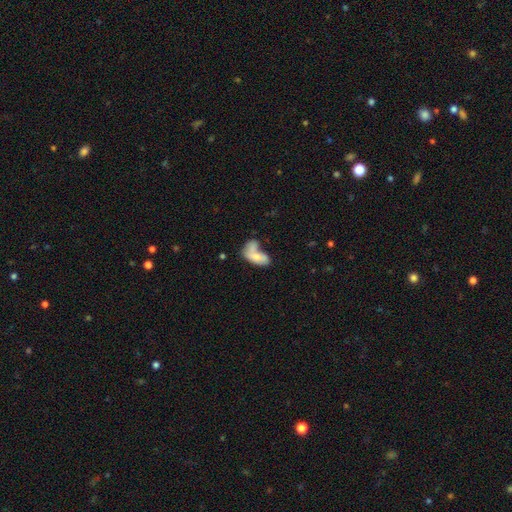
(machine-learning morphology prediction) Overall: smooth (67%). How rounded: in between (89%). Merging: merger (48%; none 21%).